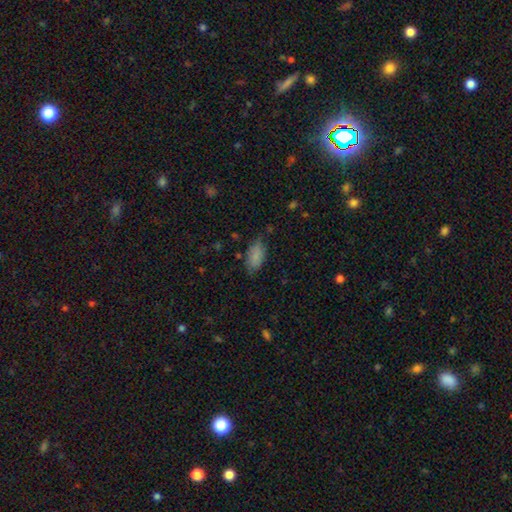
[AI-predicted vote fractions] Smooth or featured? smooth (84%)
How rounded? in between (92%)
Merging? none (71%)